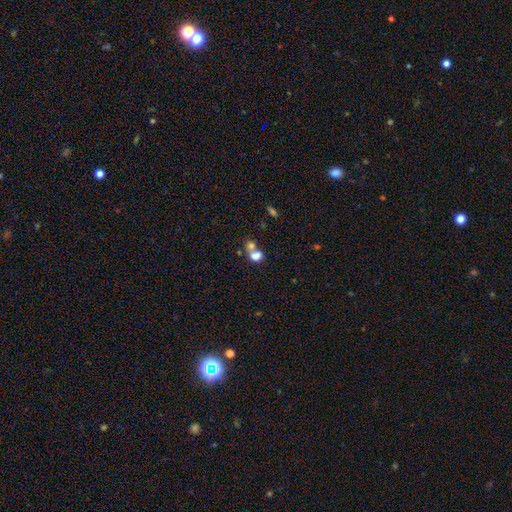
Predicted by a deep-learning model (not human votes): Smooth or featured? smooth (74%)
How rounded? in between (54%)
Merging? merger (59%)